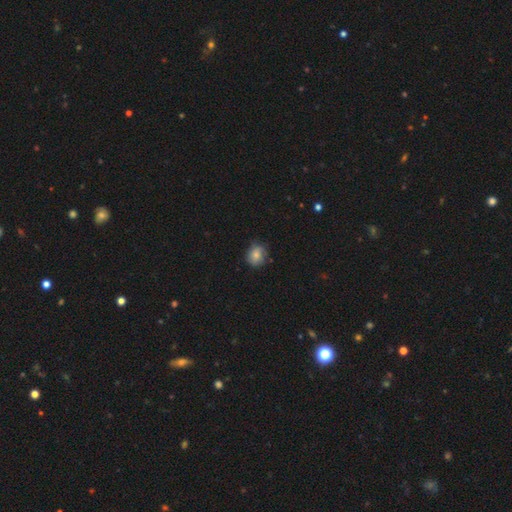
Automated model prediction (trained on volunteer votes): Q: Smooth or featured?
A: smooth (79%); runner-up: featured or disk (12%)
Q: How rounded?
A: round (67%); runner-up: in between (32%)
Q: Merging?
A: none (70%); runner-up: minor disturbance (24%)